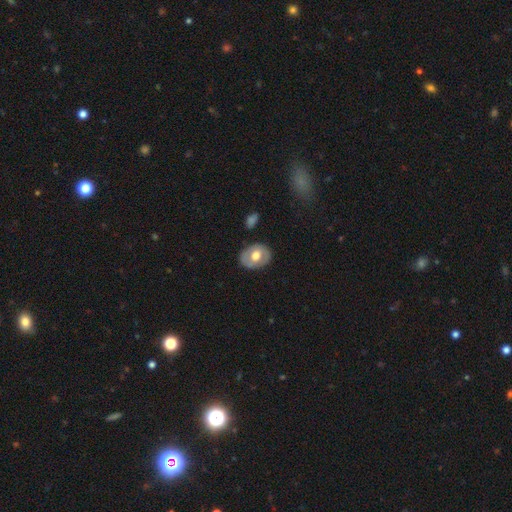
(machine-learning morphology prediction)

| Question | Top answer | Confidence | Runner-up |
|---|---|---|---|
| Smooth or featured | smooth | 52% | featured or disk (42%) |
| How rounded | in between | 60% | round (39%) |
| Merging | none | 82% | minor disturbance (13%) |